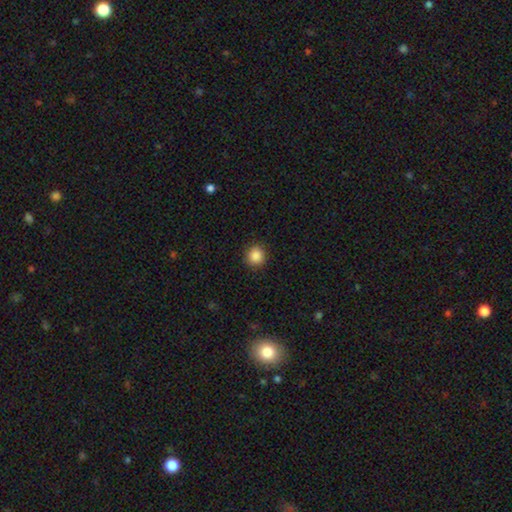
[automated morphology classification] type=smooth (88%); roundness=round (91%); merging=none (91%).